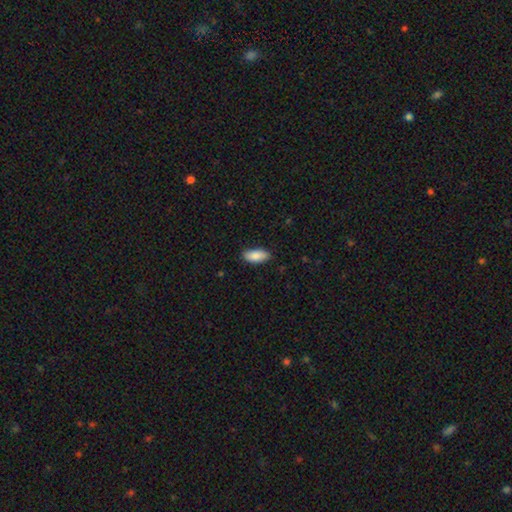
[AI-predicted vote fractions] Smooth or featured: smooth — 87% (featured or disk — 7%)
How rounded: in between — 89% (cigar-shaped — 10%)
Merging: none — 86% (minor disturbance — 11%)